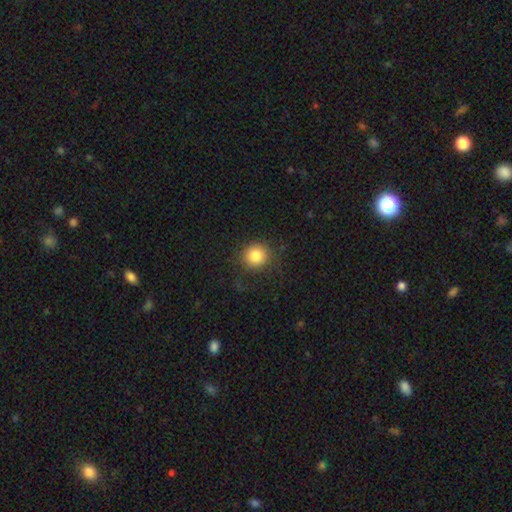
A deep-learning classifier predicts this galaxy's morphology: smooth 84%, star or artifact 11%, featured or disk 6%. Down the decision tree: how rounded — round (91%); merging — none (84%).